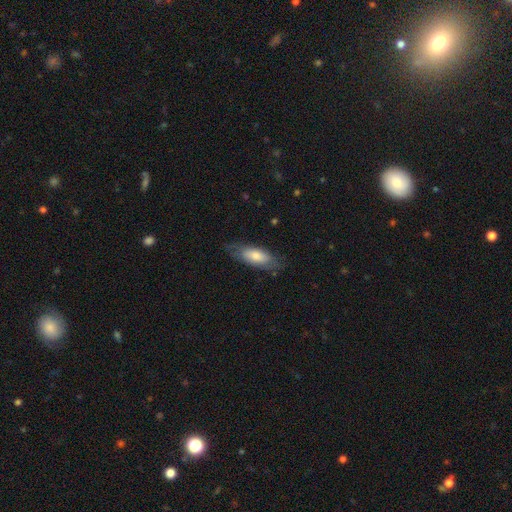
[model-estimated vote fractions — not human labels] This is likely a smooth galaxy (65%). How rounded: likely in between (70%). Merging: likely none (73%).